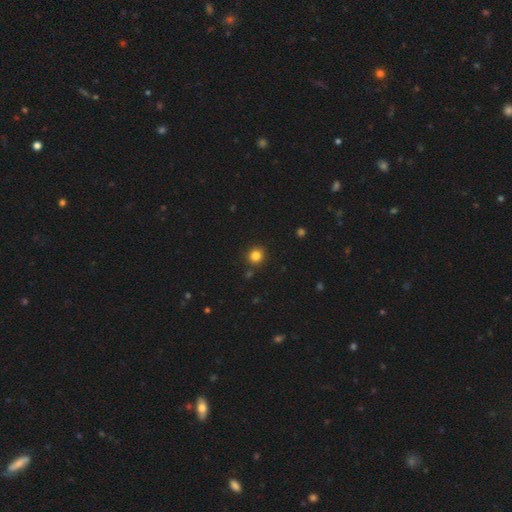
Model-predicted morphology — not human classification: smooth-or-featured: smooth: 83% | star or artifact: 12% | featured or disk: 5%
  how-rounded: round: 85% | in between: 14% | cigar-shaped: 1%
  merging: none: 88% | minor disturbance: 7% | merger: 3% | major disturbance: 2%